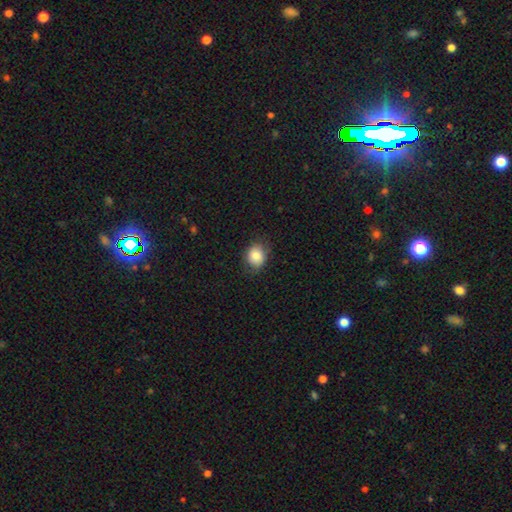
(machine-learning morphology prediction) smooth 81%, featured or disk 10%, star or artifact 9%. Down the decision tree: how rounded — round (59%); merging — none (76%).